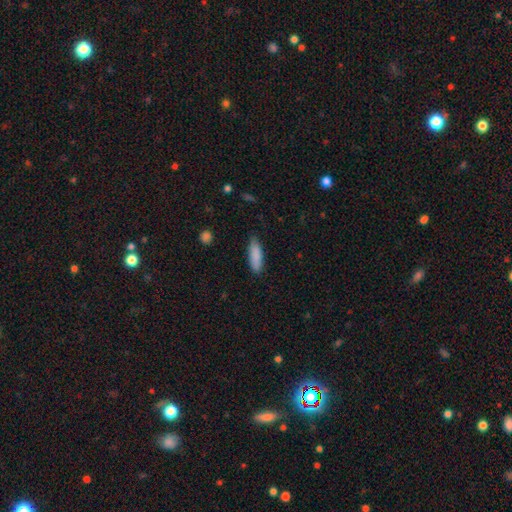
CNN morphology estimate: This appears to be a smooth galaxy with no disk features (87%) that is cigar-shaped (51%). Merging: none (82%).